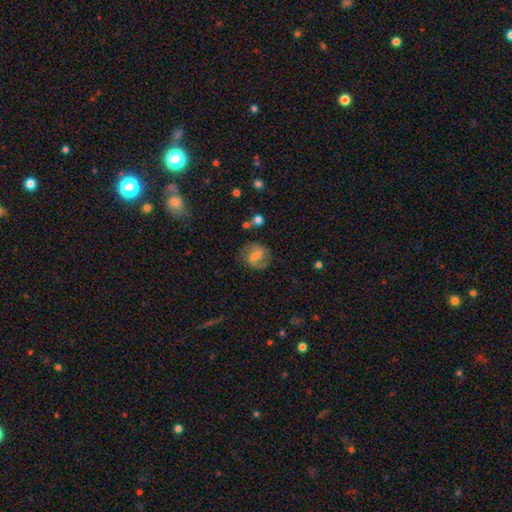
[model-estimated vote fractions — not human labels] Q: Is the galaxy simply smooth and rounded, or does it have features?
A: featured or disk — 68%.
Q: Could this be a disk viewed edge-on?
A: no — 97%.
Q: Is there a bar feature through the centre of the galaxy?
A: weak — 48%.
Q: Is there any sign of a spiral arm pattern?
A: yes — 91%.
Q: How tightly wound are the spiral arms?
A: medium — 51%.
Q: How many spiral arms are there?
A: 2 — 87%.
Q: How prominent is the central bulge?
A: small — 34%.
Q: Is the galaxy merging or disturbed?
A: none — 75%.